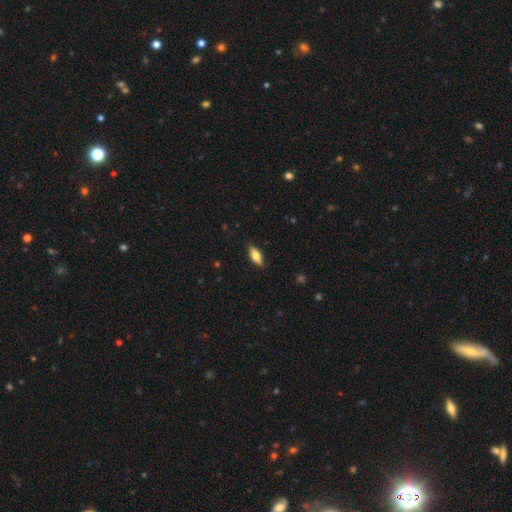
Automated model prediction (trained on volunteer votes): Overall: smooth (67%). How rounded: in between (72%). Merging: none (86%).